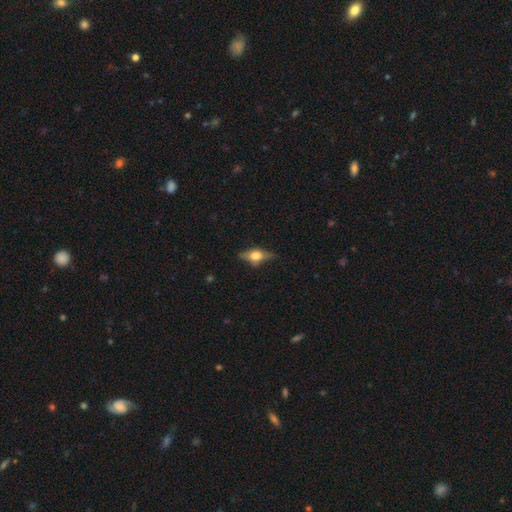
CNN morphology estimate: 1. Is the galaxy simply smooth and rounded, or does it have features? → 51% featured or disk, 40% smooth, 9% star or artifact.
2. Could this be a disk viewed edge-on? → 88% yes, 12% no.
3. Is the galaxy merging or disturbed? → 74% none, 18% minor disturbance, 6% major disturbance, 2% merger.